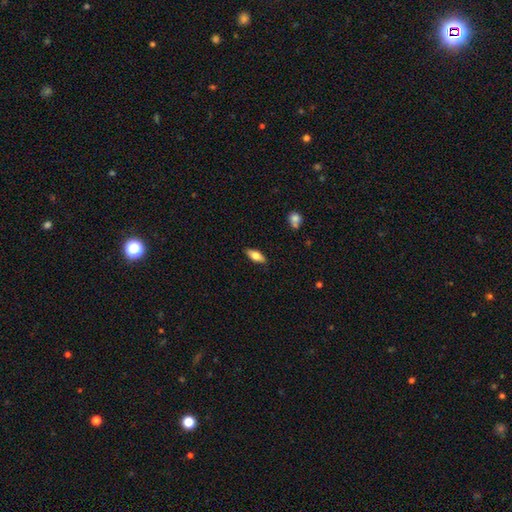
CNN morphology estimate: Smooth or featured? smooth (69%)
How rounded? in between (77%)
Merging? none (87%)